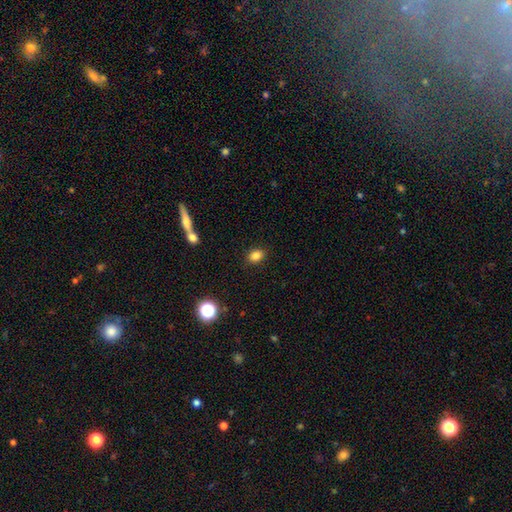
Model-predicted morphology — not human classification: A smooth galaxy with no disk features (82%) that is in between round and cigar-shaped (68%).

Vote fractions:
- Smooth or featured? smooth: 82% / star or artifact: 11% / featured or disk: 6%
- How rounded? in between: 68% / round: 31% / cigar-shaped: 1%
- Merging? none: 87% / minor disturbance: 8% / merger: 2% / major disturbance: 2%